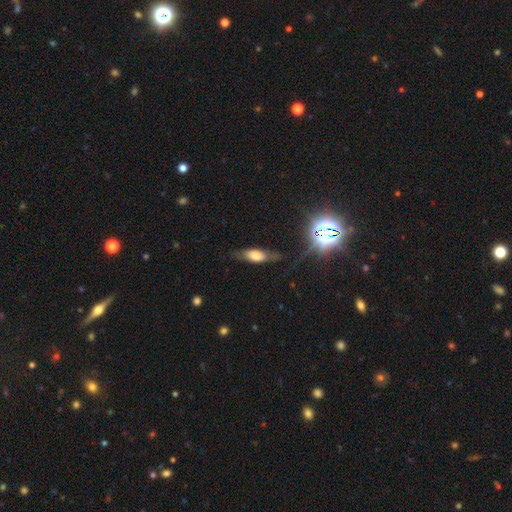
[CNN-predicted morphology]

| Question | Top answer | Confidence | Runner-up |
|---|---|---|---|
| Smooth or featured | smooth | 54% | featured or disk (34%) |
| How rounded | in between | 62% | cigar-shaped (35%) |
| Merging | none | 68% | minor disturbance (22%) |